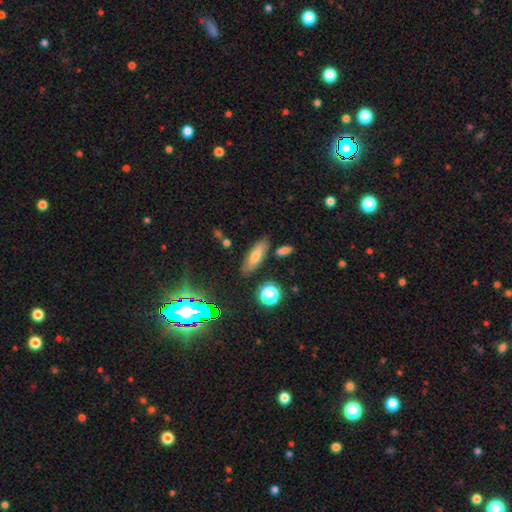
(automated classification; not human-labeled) The model was most divided on "how rounded": in between: 52%, cigar-shaped: 44%, round: 4%. More confident: merging — none (81%); smooth or featured — smooth (64%).